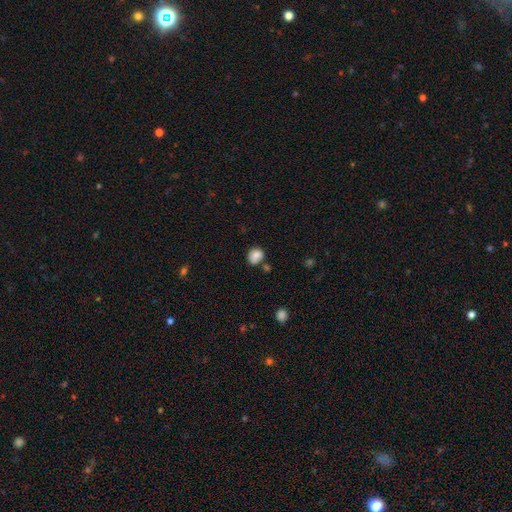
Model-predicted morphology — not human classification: This is clearly a smooth galaxy (80%). How rounded: likely round (68%). Merging: possibly none (56%).